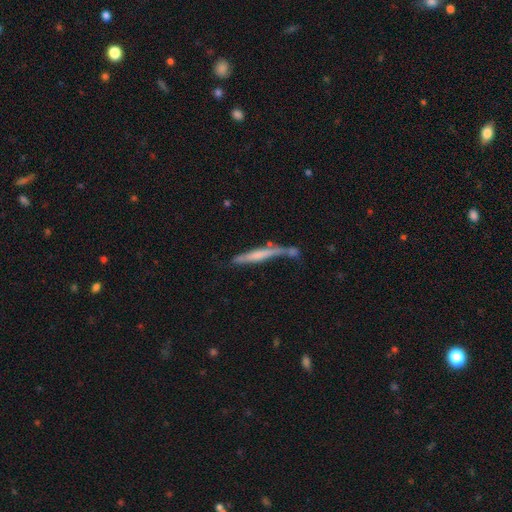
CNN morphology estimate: A featured or disk galaxy (49%). Merging: none (53%).